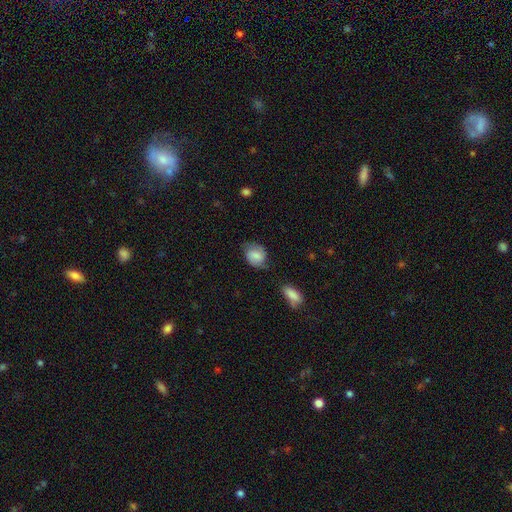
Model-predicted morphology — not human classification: Q: Smooth or featured?
A: smooth (61%); runner-up: featured or disk (31%)
Q: How rounded?
A: in between (50%); runner-up: round (48%)
Q: Merging?
A: none (62%); runner-up: minor disturbance (26%)